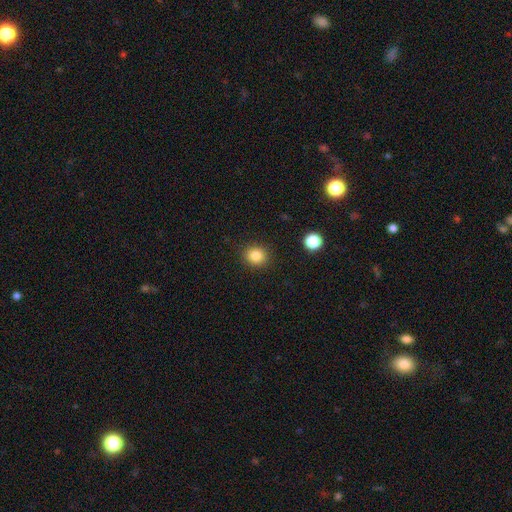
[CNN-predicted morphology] This appears to be a smooth galaxy with no disk features (84%) that is round (77%). Merging: none (89%).